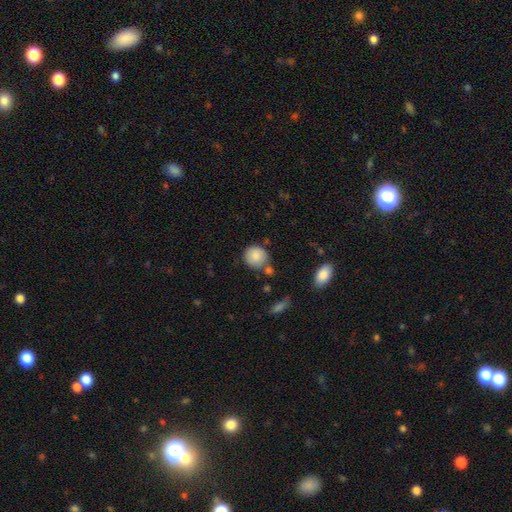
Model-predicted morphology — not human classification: The model was most divided on "merging": none: 69%, minor disturbance: 16%, merger: 11%, major disturbance: 4%. More confident: how rounded — round (88%); smooth or featured — smooth (85%).